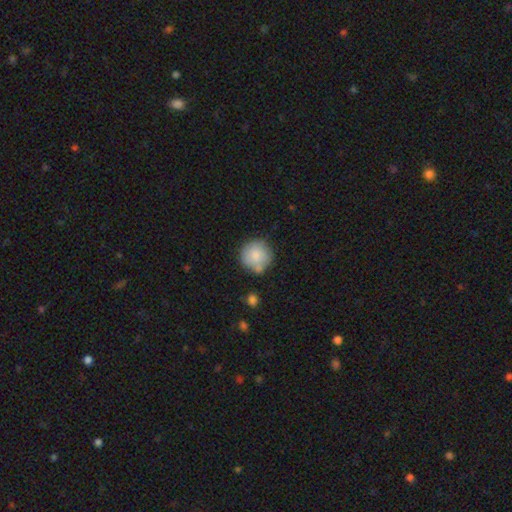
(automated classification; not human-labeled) Smooth or featured?
  - smooth: 82% *
  - featured or disk: 11%
  - star or artifact: 7%
How rounded?
  - round: 93% *
  - in between: 6%
  - cigar-shaped: 1%
Merging?
  - none: 65% *
  - minor disturbance: 18%
  - merger: 12%
  - major disturbance: 5%